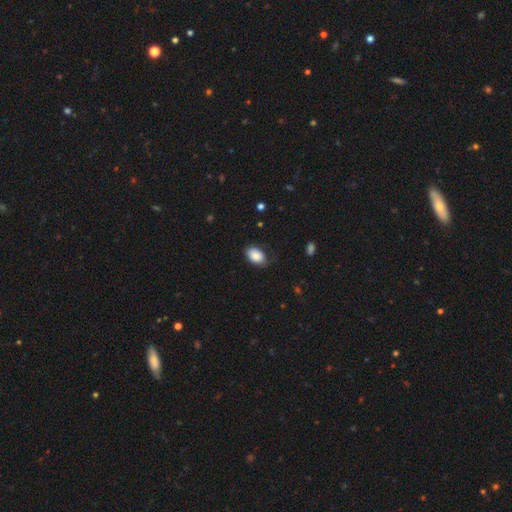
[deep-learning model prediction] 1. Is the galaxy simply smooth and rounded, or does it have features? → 85% smooth, 8% featured or disk, 7% star or artifact.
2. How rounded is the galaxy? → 89% in between, 10% round, 1% cigar-shaped.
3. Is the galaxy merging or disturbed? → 70% none, 23% minor disturbance, 6% major disturbance, 1% merger.